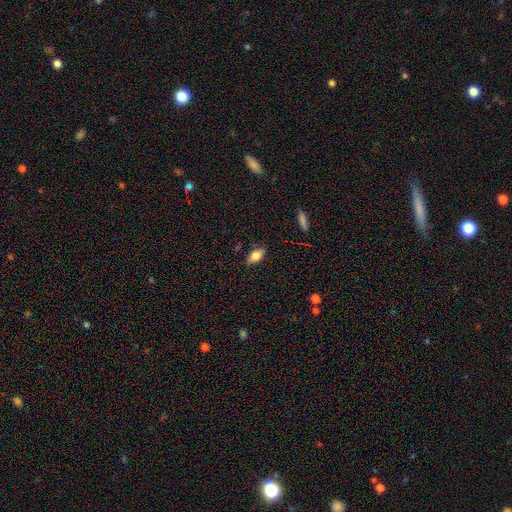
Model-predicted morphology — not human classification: A smooth galaxy with no disk features (76%) that is in between round and cigar-shaped (86%).

Vote fractions:
- Smooth or featured? smooth: 76% / featured or disk: 16% / star or artifact: 8%
- How rounded? in between: 86% / cigar-shaped: 8% / round: 6%
- Merging? none: 81% / minor disturbance: 15% / major disturbance: 3% / merger: 1%